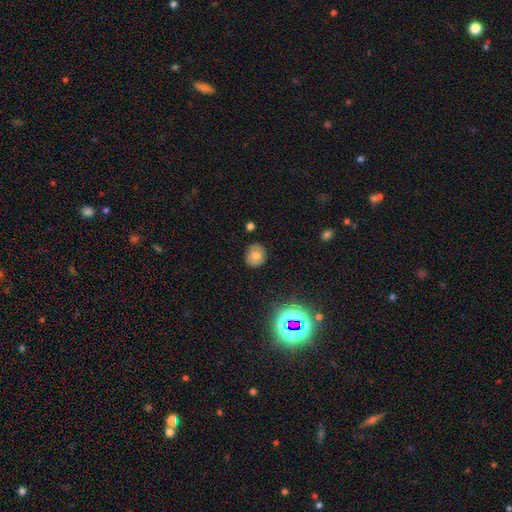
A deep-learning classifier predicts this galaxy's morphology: Smooth or featured: smooth — 64% (featured or disk — 20%)
How rounded: round — 74% (in between — 25%)
Merging: none — 83% (minor disturbance — 12%)